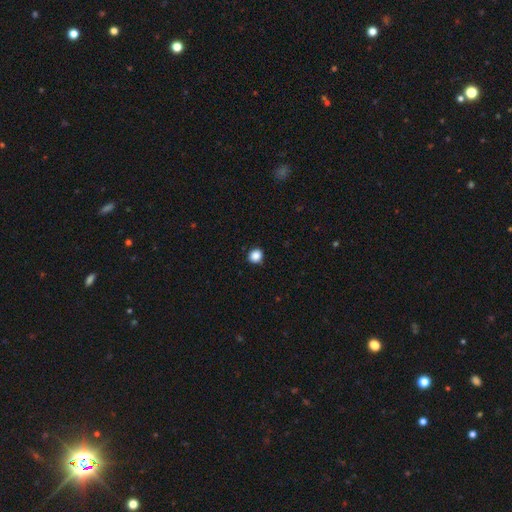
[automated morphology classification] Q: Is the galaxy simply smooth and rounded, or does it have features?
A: smooth — 87%.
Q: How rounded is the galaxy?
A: round — 85%.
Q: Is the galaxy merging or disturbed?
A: none — 90%.